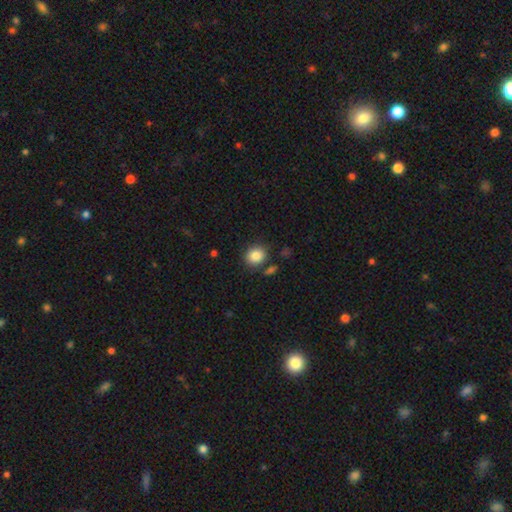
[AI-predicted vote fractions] Morphology: type=smooth (85%); roundness=round (75%); merging=none (81%).